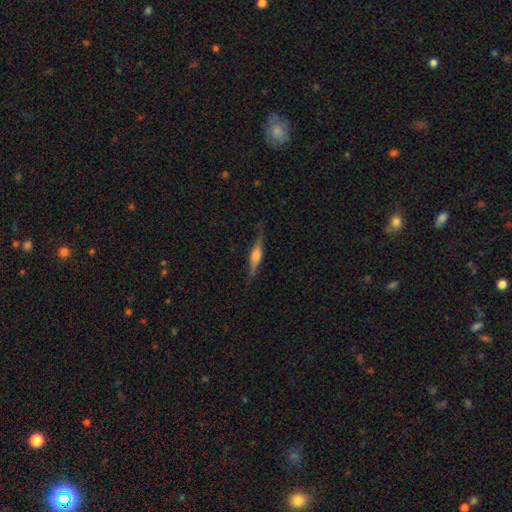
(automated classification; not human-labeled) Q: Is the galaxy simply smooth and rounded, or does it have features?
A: featured or disk — 70%.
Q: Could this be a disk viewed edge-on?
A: yes — 97%.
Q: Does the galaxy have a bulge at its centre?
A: rounded — 76%.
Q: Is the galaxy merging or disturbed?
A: none — 84%.